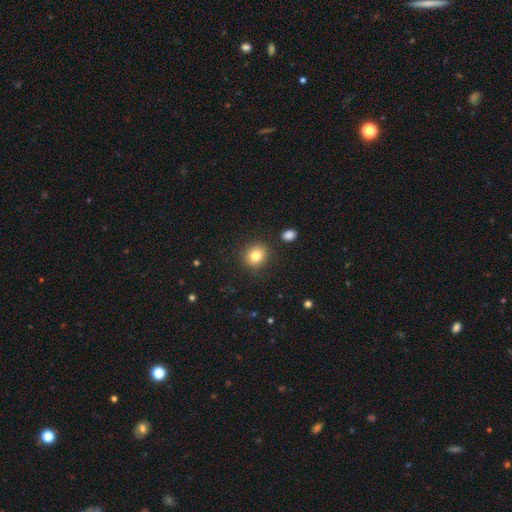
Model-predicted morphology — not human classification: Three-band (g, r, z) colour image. It shows a smooth galaxy with no disk features (81%) that is round (81%). Merging: none (87%).